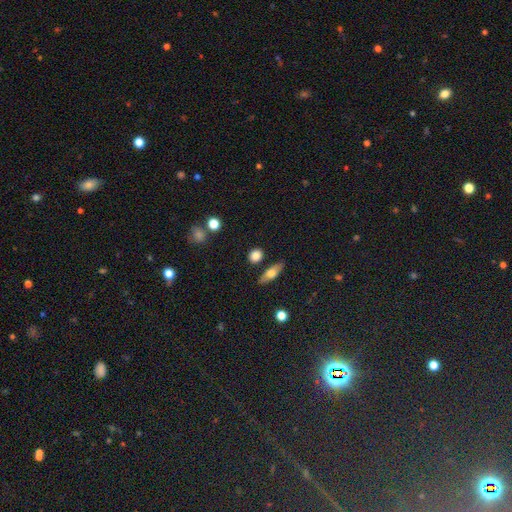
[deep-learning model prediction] This appears to be a smooth galaxy with no disk features (78%) that is round (53%). Merging: none (82%).